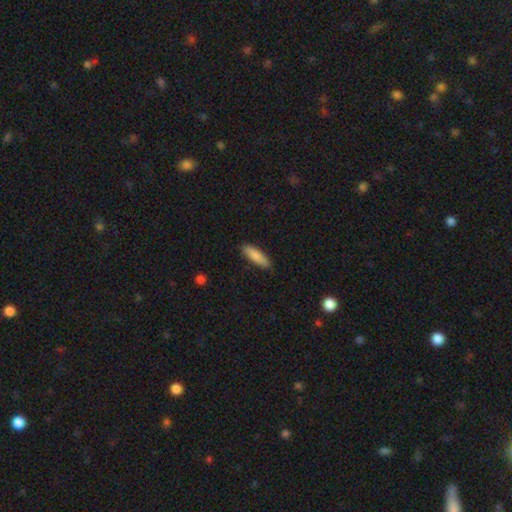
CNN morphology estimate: A smooth galaxy with no disk features (85%) that is cigar-shaped (57%).

Vote fractions:
- Smooth or featured? smooth: 85% / featured or disk: 9% / star or artifact: 6%
- How rounded? cigar-shaped: 57% / in between: 42% / round: 2%
- Merging? none: 86% / minor disturbance: 11% / major disturbance: 2% / merger: 1%